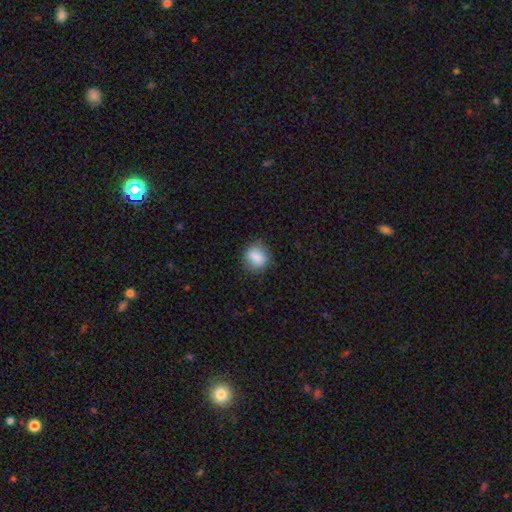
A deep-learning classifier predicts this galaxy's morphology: Smooth or featured? smooth (84%)
How rounded? round (62%)
Merging? none (79%)